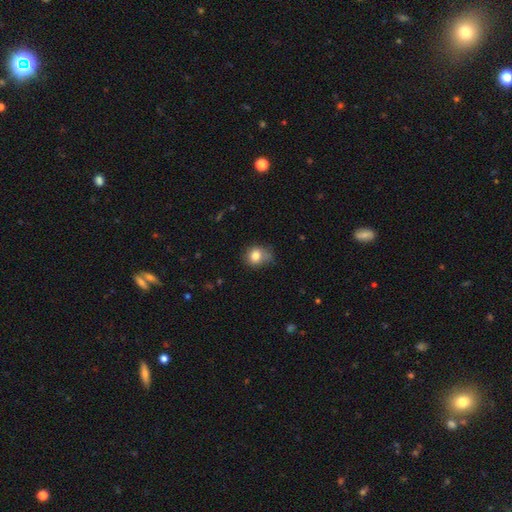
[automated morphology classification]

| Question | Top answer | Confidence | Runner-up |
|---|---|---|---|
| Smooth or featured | smooth | 80% | star or artifact (10%) |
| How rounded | round | 67% | in between (32%) |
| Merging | none | 55% | minor disturbance (33%) |